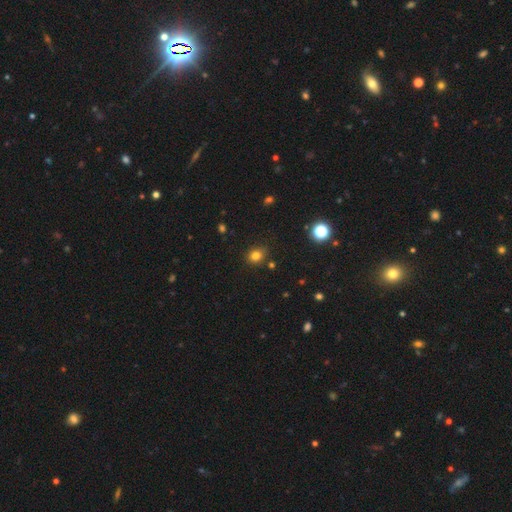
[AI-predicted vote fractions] Smooth or featured?
  - smooth: 79% *
  - star or artifact: 15%
  - featured or disk: 6%
How rounded?
  - round: 65% *
  - in between: 34%
  - cigar-shaped: 1%
Merging?
  - none: 80% *
  - minor disturbance: 14%
  - major disturbance: 3%
  - merger: 3%